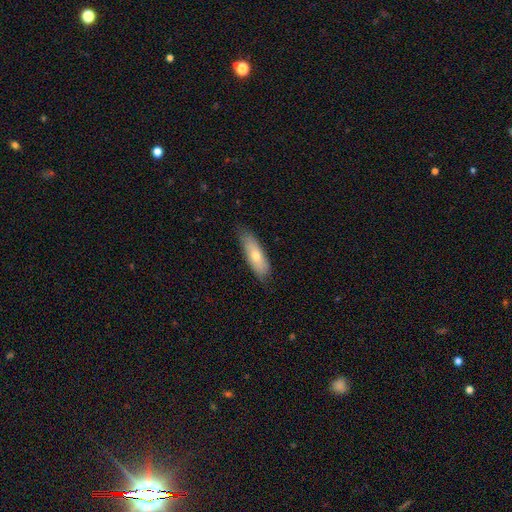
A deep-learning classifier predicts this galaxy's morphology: This appears to be a smooth galaxy with no disk features (66%) that is in between round and cigar-shaped (51%). Merging: none (78%).